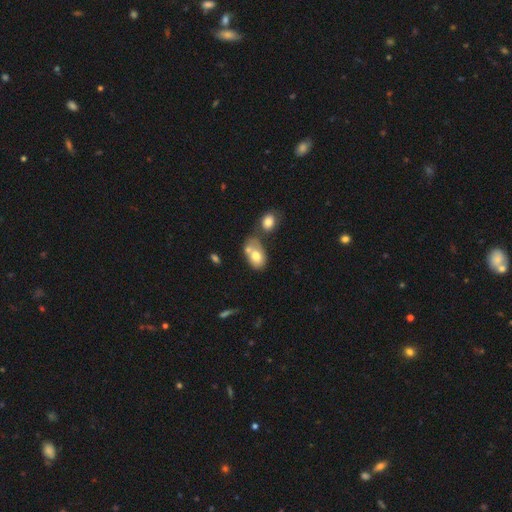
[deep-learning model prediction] Q: Smooth or featured?
A: smooth (70%); runner-up: featured or disk (22%)
Q: How rounded?
A: in between (85%); runner-up: round (13%)
Q: Merging?
A: merger (49%); runner-up: none (29%)